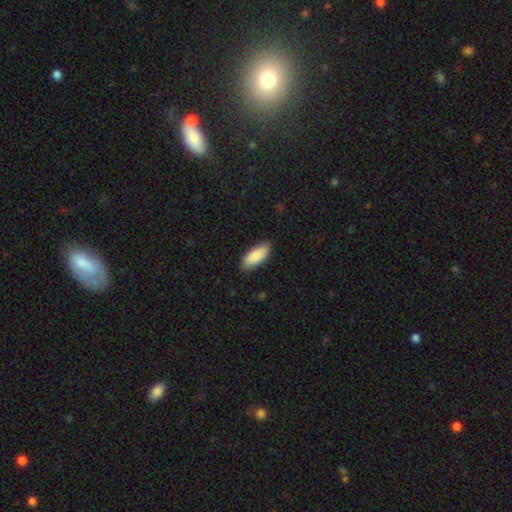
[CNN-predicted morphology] smooth_or_featured: smooth (p=0.88) [alt: featured or disk p=0.07]
how_rounded: in between (p=0.80) [alt: cigar-shaped p=0.19]
merging: none (p=0.87) [alt: minor disturbance p=0.10]